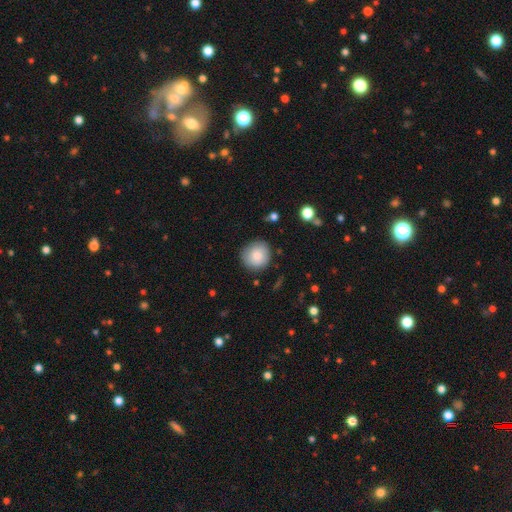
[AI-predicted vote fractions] Morphology: type=smooth (82%); roundness=round (92%); merging=none (83%).